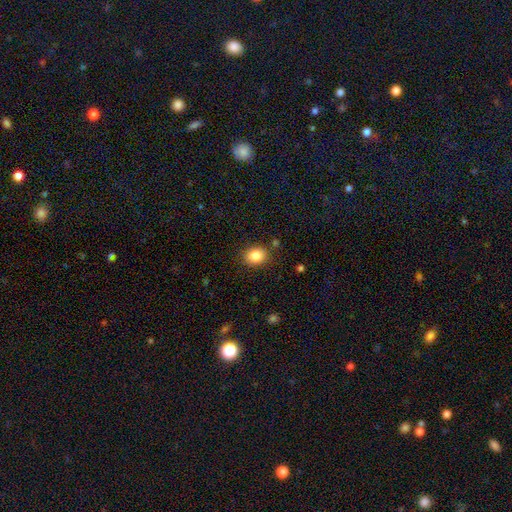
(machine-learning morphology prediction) smooth_or_featured: smooth (p=0.86) [alt: star or artifact p=0.09]
how_rounded: in between (p=0.50) [alt: round p=0.49]
merging: none (p=0.85) [alt: minor disturbance p=0.10]